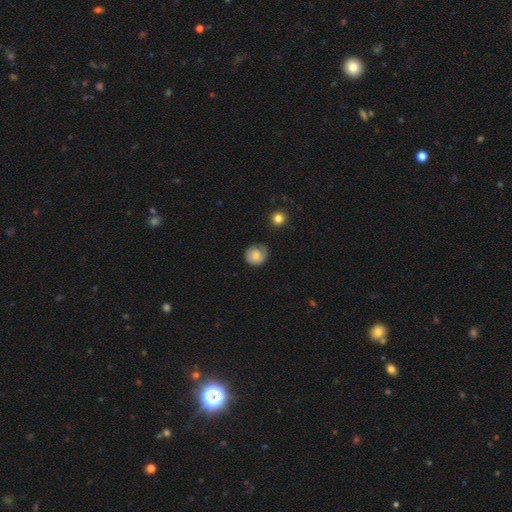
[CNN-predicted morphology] This appears to be a smooth galaxy with no disk features (64%) that is round (83%). Merging: none (69%).